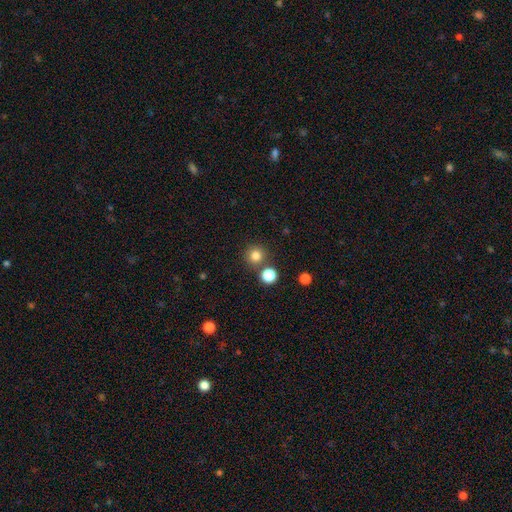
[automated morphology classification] This is clearly a smooth galaxy (82%). How rounded: clearly round (94%). Merging: likely none (80%).